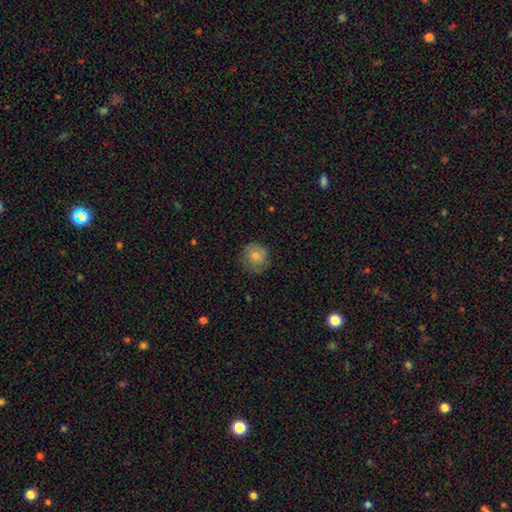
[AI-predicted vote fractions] smooth 73%, featured or disk 16%, star or artifact 10%. Down the decision tree: how rounded — round (92%); merging — none (81%).